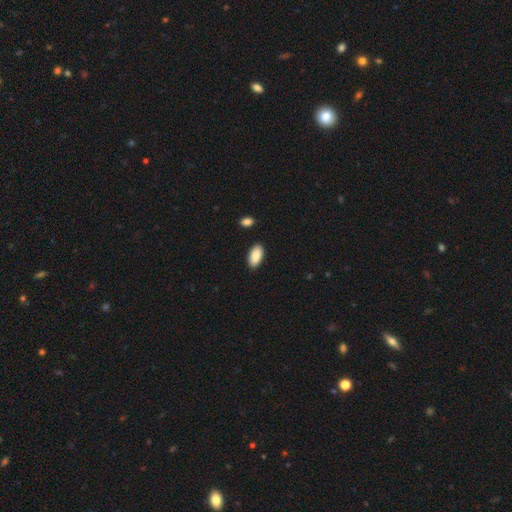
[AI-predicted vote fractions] This is clearly a smooth galaxy (89%). How rounded: clearly in between (95%). Merging: clearly none (88%).